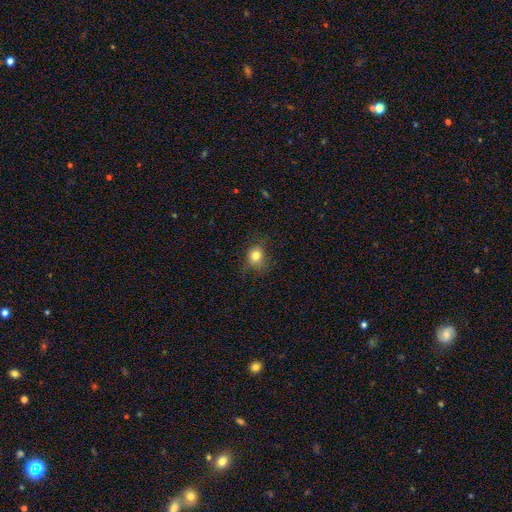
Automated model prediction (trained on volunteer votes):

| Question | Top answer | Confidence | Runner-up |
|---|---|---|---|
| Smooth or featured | smooth | 80% | star or artifact (12%) |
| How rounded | round | 68% | in between (31%) |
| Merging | none | 73% | minor disturbance (19%) |